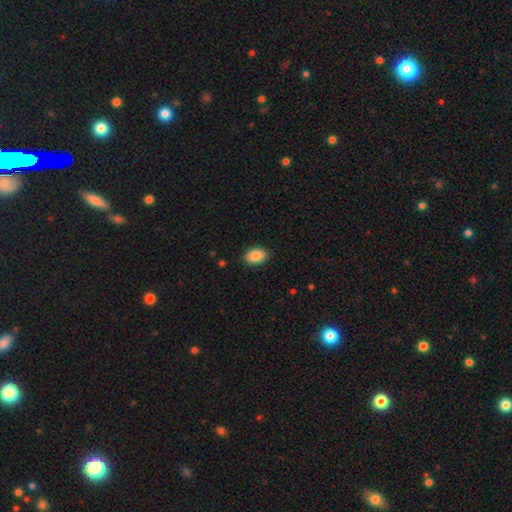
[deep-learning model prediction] Smooth or featured? smooth (87%)
How rounded? in between (86%)
Merging? none (88%)